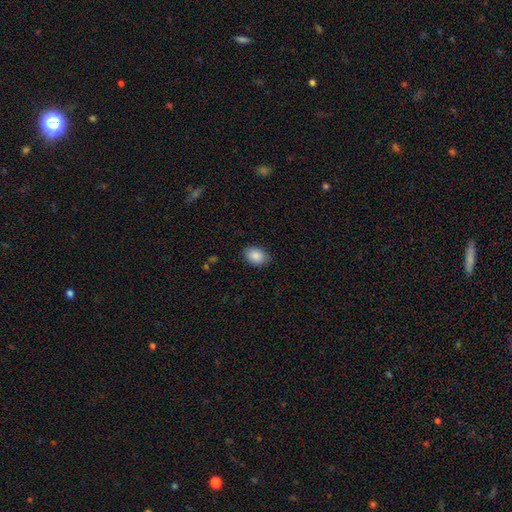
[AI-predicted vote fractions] Smooth or featured? smooth (89%)
How rounded? in between (77%)
Merging? none (86%)